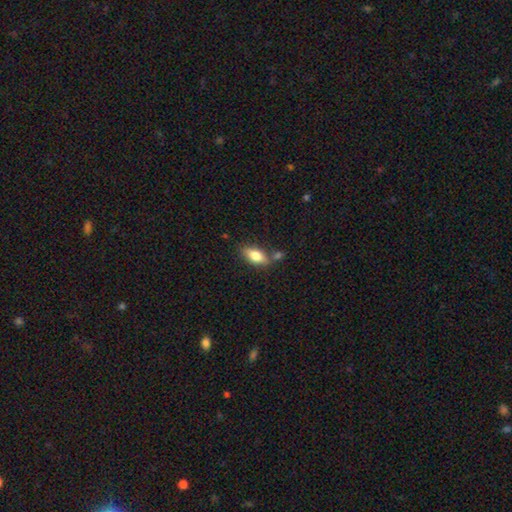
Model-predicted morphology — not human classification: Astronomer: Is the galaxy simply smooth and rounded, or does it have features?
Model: smooth — 76%.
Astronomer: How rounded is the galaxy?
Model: in between — 84%.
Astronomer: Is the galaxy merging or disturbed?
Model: none — 66%.